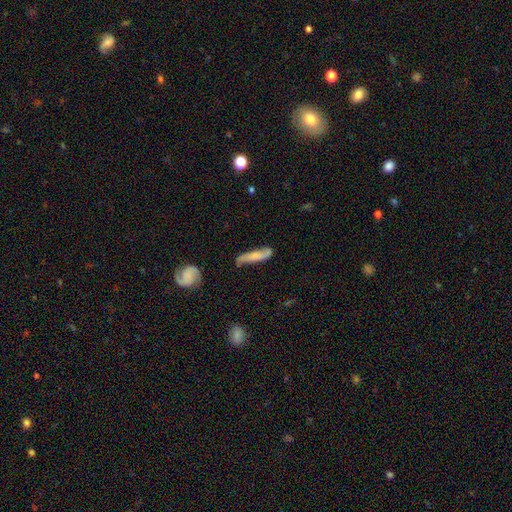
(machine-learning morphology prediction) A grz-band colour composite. It shows a featured or disk galaxy (52%). Merging: none (61%).